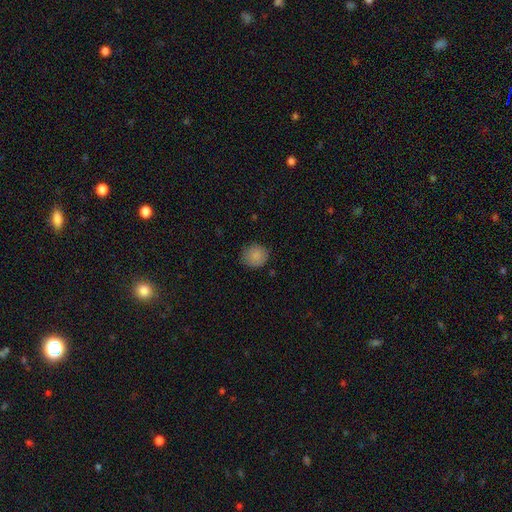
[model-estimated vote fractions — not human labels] smooth 85%, star or artifact 9%, featured or disk 6%. Down the decision tree: how rounded — round (80%); merging — none (81%).